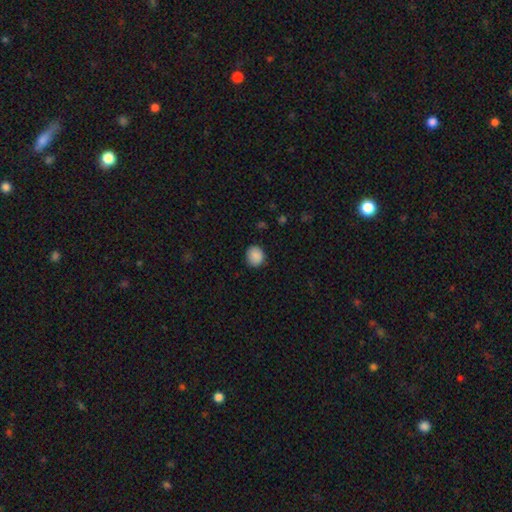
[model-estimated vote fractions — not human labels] Smooth or featured?
  - smooth: 88% *
  - star or artifact: 8%
  - featured or disk: 3%
How rounded?
  - round: 79% *
  - in between: 20%
  - cigar-shaped: 1%
Merging?
  - none: 86% *
  - minor disturbance: 11%
  - major disturbance: 2%
  - merger: 1%